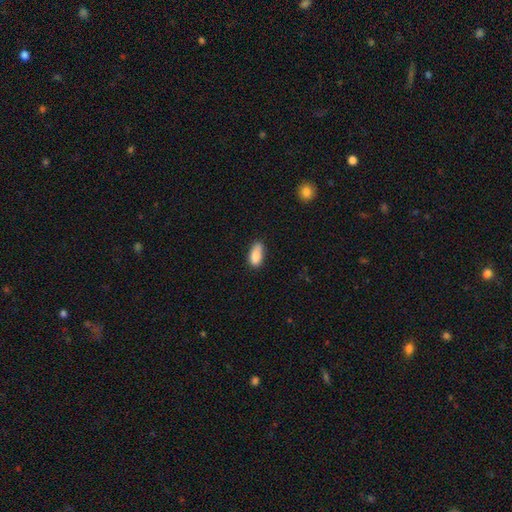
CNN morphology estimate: smooth 86%, star or artifact 7%, featured or disk 6%. Down the decision tree: how rounded — in between (88%); merging — none (64%).